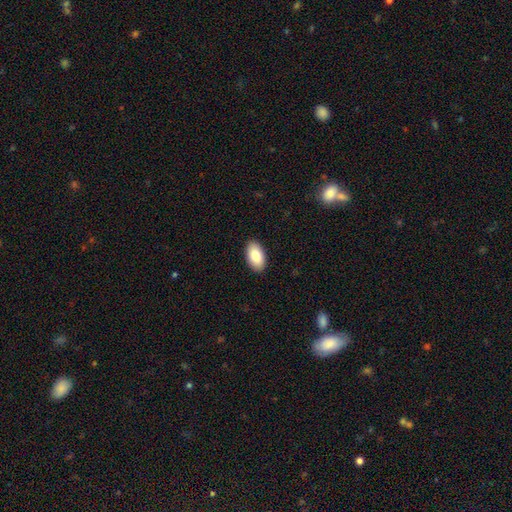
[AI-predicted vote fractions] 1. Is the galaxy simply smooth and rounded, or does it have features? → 84% smooth, 9% featured or disk, 6% star or artifact.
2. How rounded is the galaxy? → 95% in between, 3% round, 2% cigar-shaped.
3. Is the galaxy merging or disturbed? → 91% none, 7% minor disturbance, 2% major disturbance, 1% merger.